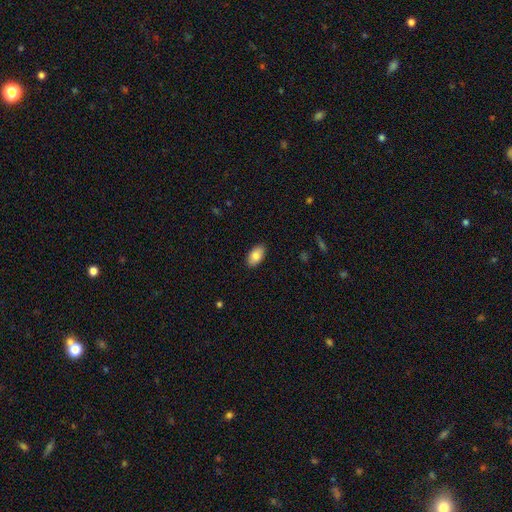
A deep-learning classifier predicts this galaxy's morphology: A smooth galaxy with no disk features (84%) that is in between round and cigar-shaped (94%).

Vote fractions:
- Smooth or featured? smooth: 84% / featured or disk: 9% / star or artifact: 7%
- How rounded? in between: 94% / round: 5% / cigar-shaped: 2%
- Merging? none: 88% / minor disturbance: 9% / major disturbance: 2% / merger: 1%